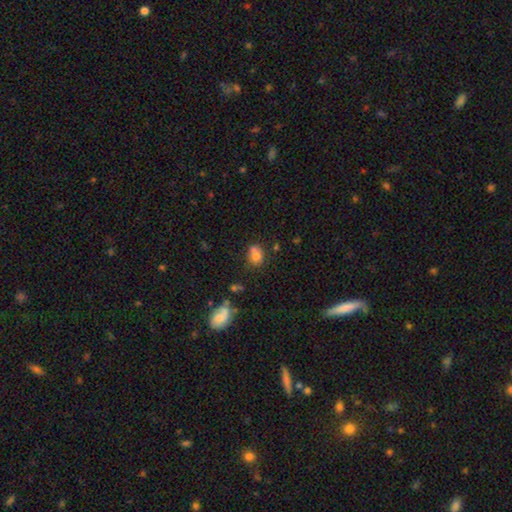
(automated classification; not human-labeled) Smooth or featured? smooth (73%)
How rounded? round (64%)
Merging? none (48%)